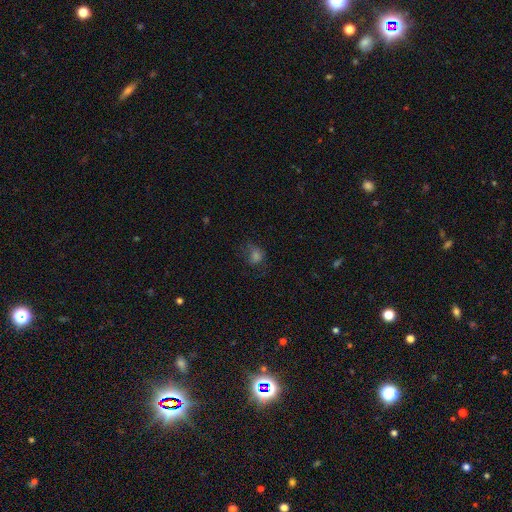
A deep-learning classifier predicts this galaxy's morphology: A smooth galaxy with no disk features (58%) that is round (61%). Merging: none (54%).